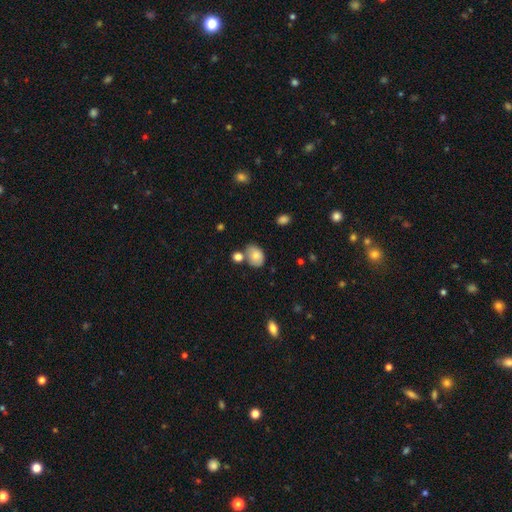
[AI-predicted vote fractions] The model was most divided on "how rounded": in between: 67%, round: 32%, cigar-shaped: 1%. More confident: smooth or featured — smooth (77%); merging — none (60%).